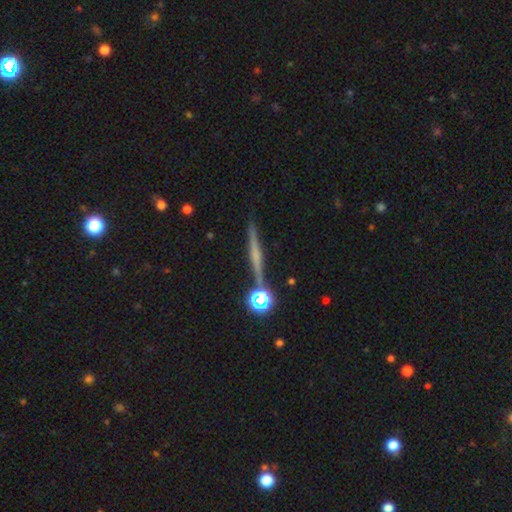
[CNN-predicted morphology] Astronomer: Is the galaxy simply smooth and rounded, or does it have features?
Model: featured or disk — 62%.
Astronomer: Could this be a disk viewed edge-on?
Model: yes — 97%.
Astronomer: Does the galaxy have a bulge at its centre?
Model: rounded — 43% (runner-up: none, 41%).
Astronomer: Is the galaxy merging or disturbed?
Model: none — 86%.